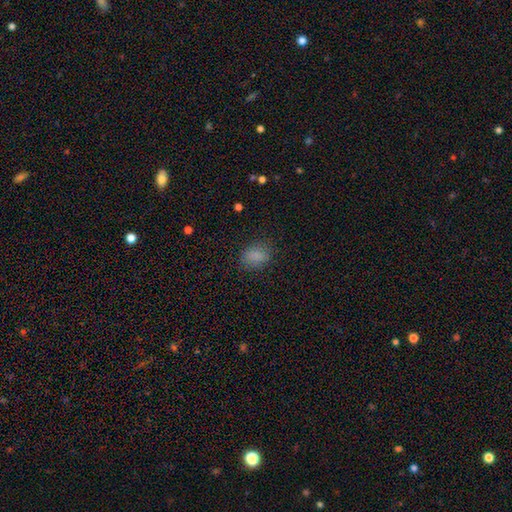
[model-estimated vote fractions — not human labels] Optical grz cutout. It shows a smooth galaxy with no disk features (83%) that is in between round and cigar-shaped (72%). Merging: none (80%).